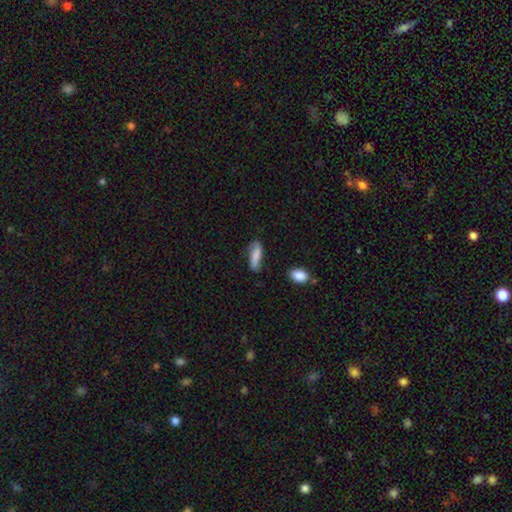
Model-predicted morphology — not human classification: A smooth galaxy with no disk features (74%) that is in between round and cigar-shaped (55%).

Vote fractions:
- Smooth or featured? smooth: 74% / featured or disk: 19% / star or artifact: 7%
- How rounded? in between: 55% / cigar-shaped: 42% / round: 3%
- Merging? none: 64% / minor disturbance: 26% / major disturbance: 6% / merger: 4%